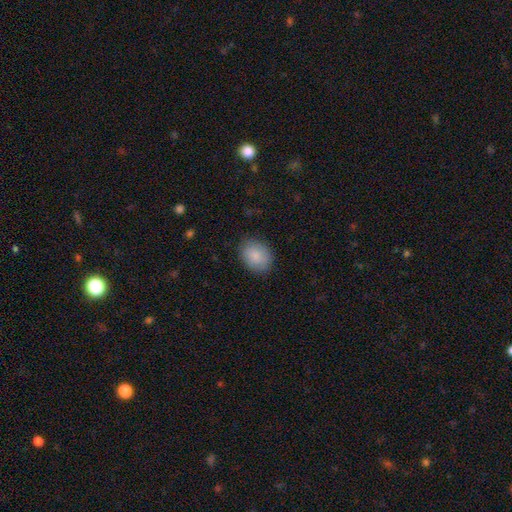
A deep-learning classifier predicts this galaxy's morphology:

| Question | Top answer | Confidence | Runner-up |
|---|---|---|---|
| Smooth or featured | smooth | 85% | featured or disk (8%) |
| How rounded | in between | 55% | round (44%) |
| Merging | none | 82% | minor disturbance (14%) |